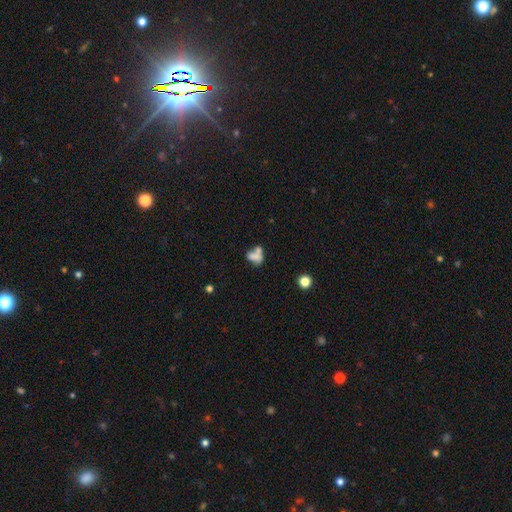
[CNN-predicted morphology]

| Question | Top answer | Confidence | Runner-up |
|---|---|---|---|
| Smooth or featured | smooth | 63% | featured or disk (25%) |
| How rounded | in between | 72% | round (22%) |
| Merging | merger | 50% | none (26%) |